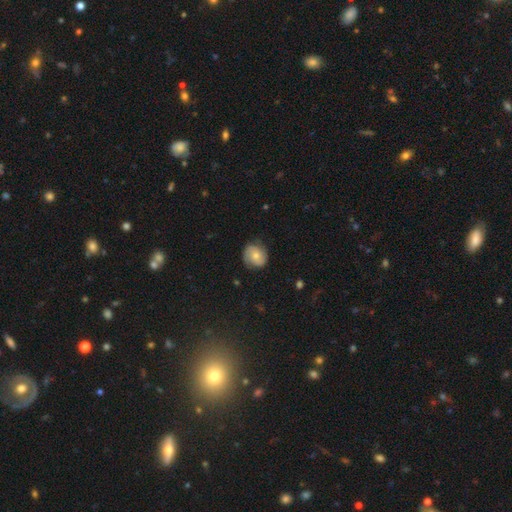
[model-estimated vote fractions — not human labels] Overall: featured or disk (49%; smooth 44%). Merging: none (77%).